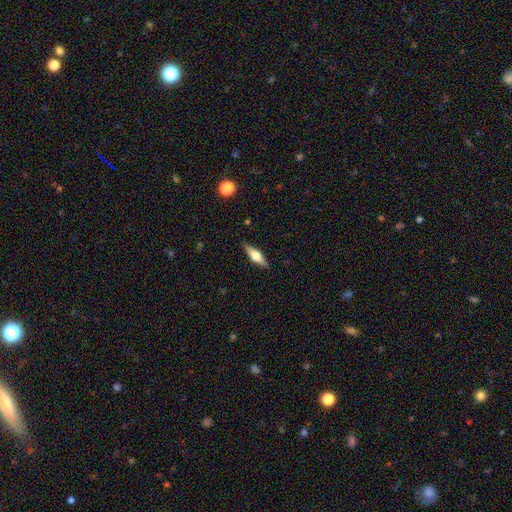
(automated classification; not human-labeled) Smooth or featured? featured or disk (56%)
Edge-on disk? yes (95%)
Edge-on bulge? rounded (92%)
Merging? none (88%)